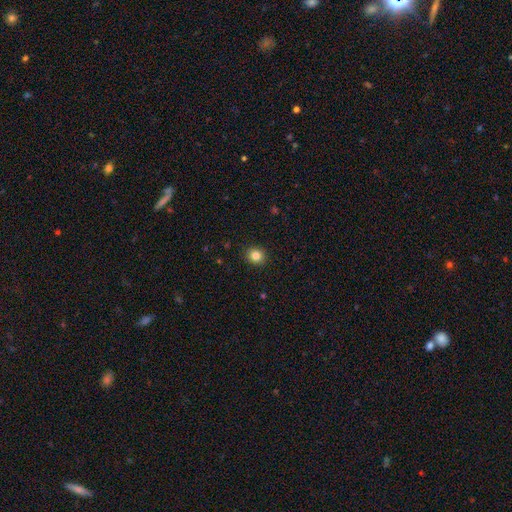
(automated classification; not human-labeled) Smooth or featured? smooth (84%)
How rounded? round (83%)
Merging? none (91%)